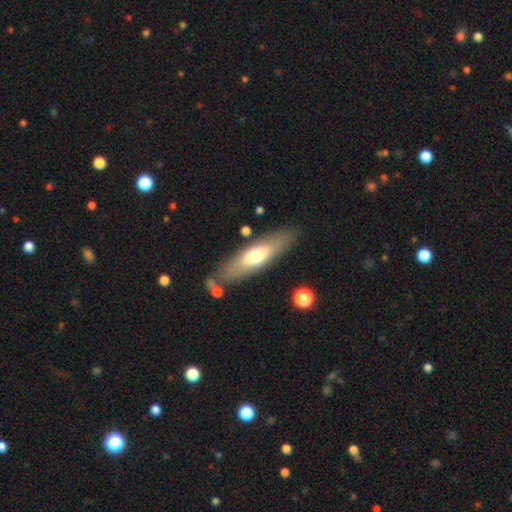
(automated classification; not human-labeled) smooth-or-featured: smooth: 57% | featured or disk: 38% | star or artifact: 6%
  how-rounded: cigar-shaped: 60% | in between: 38% | round: 2%
  merging: none: 81% | minor disturbance: 12% | merger: 4% | major disturbance: 3%